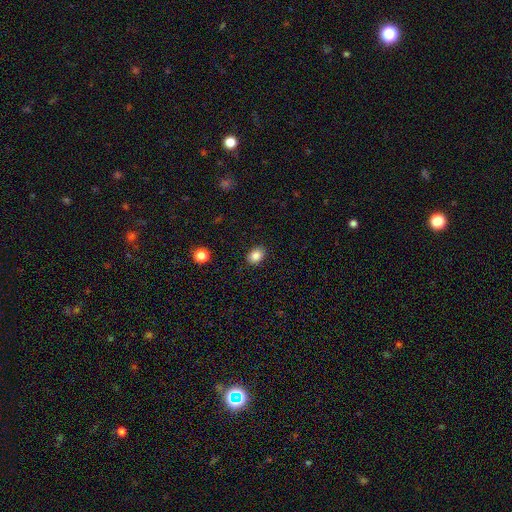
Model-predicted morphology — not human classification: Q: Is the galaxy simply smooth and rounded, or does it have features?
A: smooth — 85%.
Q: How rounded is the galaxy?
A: in between — 71%.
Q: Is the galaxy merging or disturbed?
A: none — 88%.